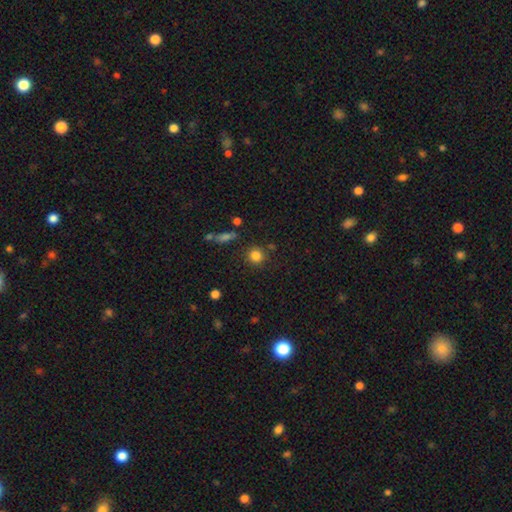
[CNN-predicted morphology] A smooth galaxy with no disk features (82%) that is round (90%).

Vote fractions:
- Smooth or featured? smooth: 82% / star or artifact: 12% / featured or disk: 6%
- How rounded? round: 90% / in between: 9% / cigar-shaped: 1%
- Merging? none: 82% / minor disturbance: 9% / merger: 5% / major disturbance: 3%